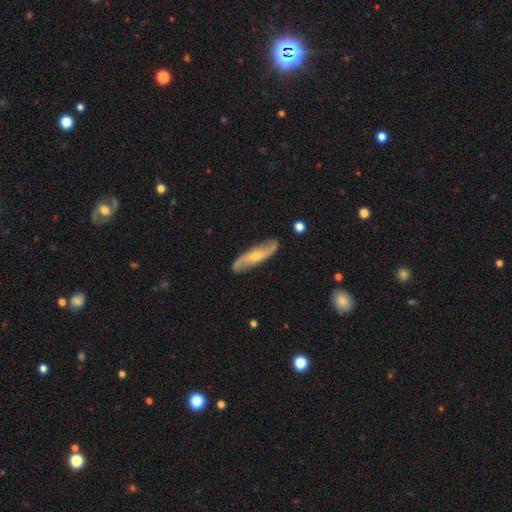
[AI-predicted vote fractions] This is likely a featured or disk galaxy (75%). It is likely not viewed edge-on (79%). Bar: possibly no (57%). Spiral arm pattern: clearly yes (93%). Spiral arm count: clearly 2 (90%). Spiral winding: possibly loose (59%). Central bulge: possibly small (57%). Merging: clearly none (83%).